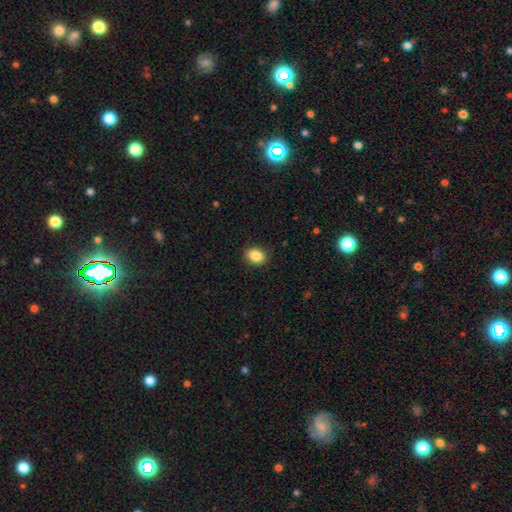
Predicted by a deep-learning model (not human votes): smooth_or_featured: smooth (p=0.88) [alt: star or artifact p=0.08]
how_rounded: in between (p=0.67) [alt: round p=0.32]
merging: none (p=0.89) [alt: minor disturbance p=0.08]